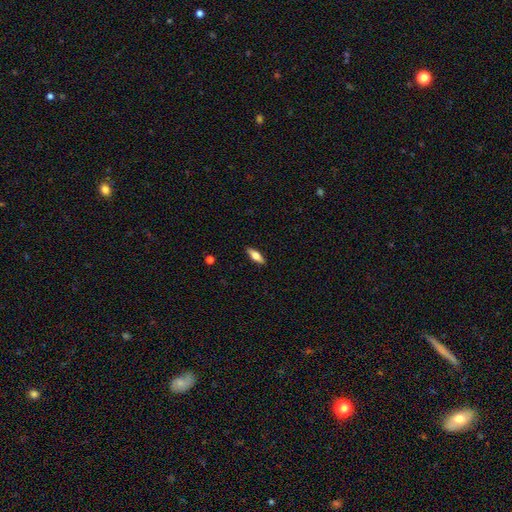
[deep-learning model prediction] A smooth galaxy with no disk features (58%) that is in between round and cigar-shaped (56%).

Vote fractions:
- Smooth or featured? smooth: 58% / featured or disk: 35% / star or artifact: 7%
- How rounded? in between: 56% / cigar-shaped: 41% / round: 3%
- Merging? none: 89% / minor disturbance: 8% / major disturbance: 2% / merger: 1%